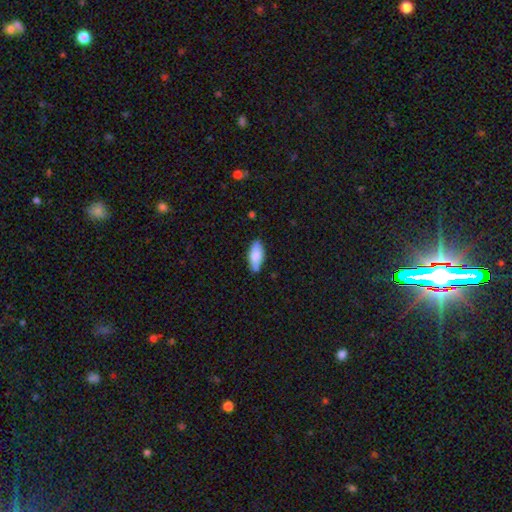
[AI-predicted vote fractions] Morphology: type=smooth (80%); roundness=in between (85%); merging=none (76%).